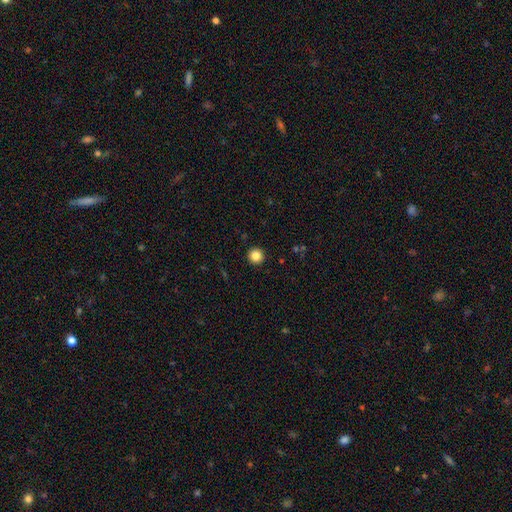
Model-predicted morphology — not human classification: This appears to be a smooth galaxy with no disk features (85%) that is round (96%). Merging: none (93%).